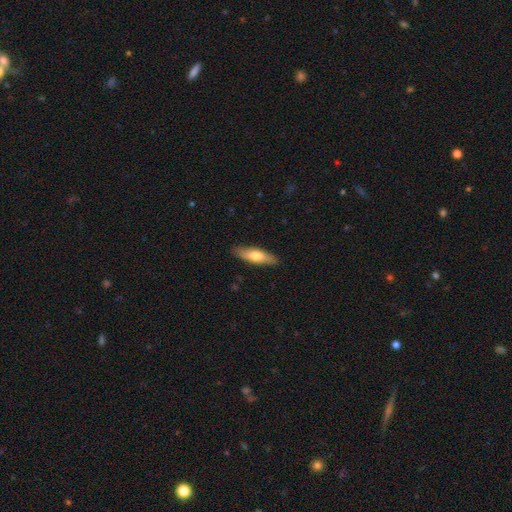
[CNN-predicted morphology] A smooth galaxy with no disk features (68%) that is cigar-shaped (59%). Merging: none (88%).